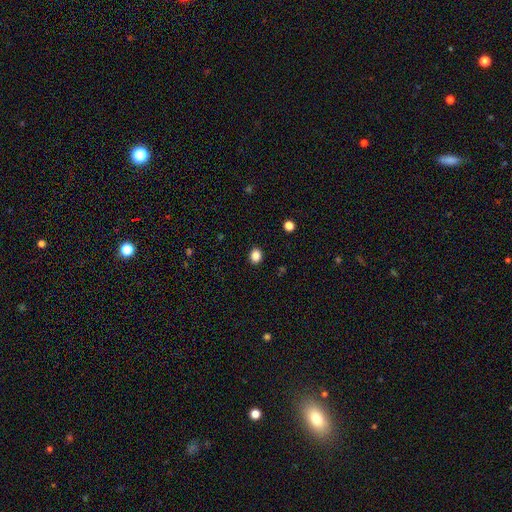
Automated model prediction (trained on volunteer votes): A smooth galaxy with no disk features (86%) that is round (59%). Merging: none (91%).